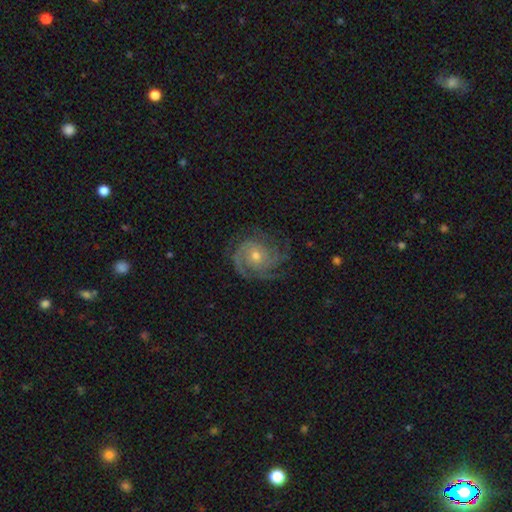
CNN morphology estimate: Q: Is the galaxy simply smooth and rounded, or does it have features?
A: featured or disk — 87%.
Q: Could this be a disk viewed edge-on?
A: no — 98%.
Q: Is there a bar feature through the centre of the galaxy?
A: no — 74%.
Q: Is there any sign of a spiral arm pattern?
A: yes — 97%.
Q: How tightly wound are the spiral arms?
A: tight — 59%.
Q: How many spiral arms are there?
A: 3 — 37%.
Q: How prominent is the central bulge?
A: moderate — 49%.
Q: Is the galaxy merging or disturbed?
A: none — 73%.